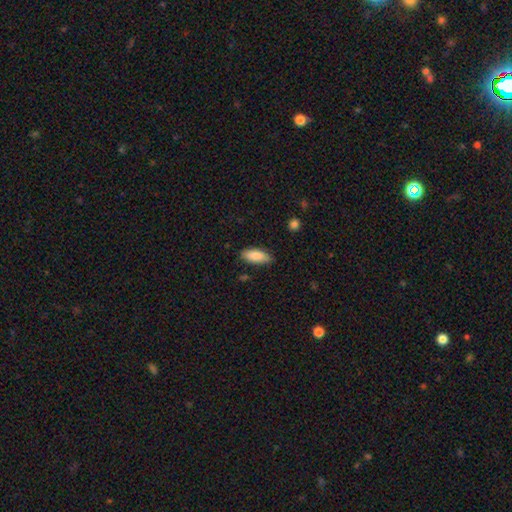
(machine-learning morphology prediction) smooth_or_featured: smooth (p=0.86) [alt: featured or disk p=0.08]
how_rounded: in between (p=0.81) [alt: cigar-shaped p=0.17]
merging: none (p=0.81) [alt: minor disturbance p=0.15]